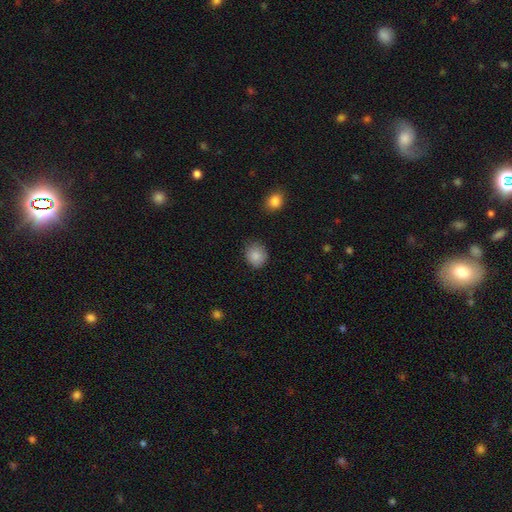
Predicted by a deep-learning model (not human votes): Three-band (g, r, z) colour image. It shows a smooth galaxy with no disk features (87%) that is round (81%). Merging: none (84%).